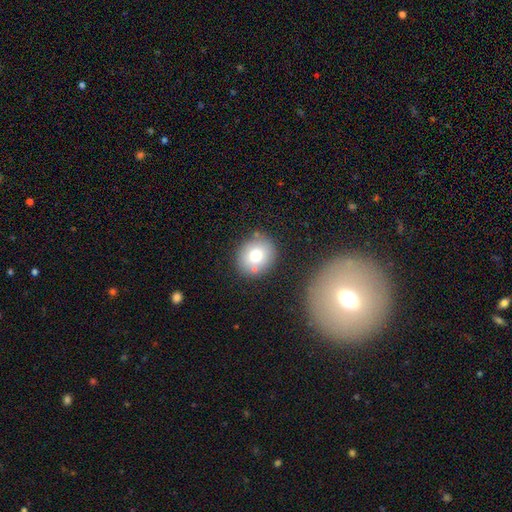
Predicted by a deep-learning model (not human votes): A smooth galaxy with no disk features (73%) that is round (71%). Merging: none (78%).